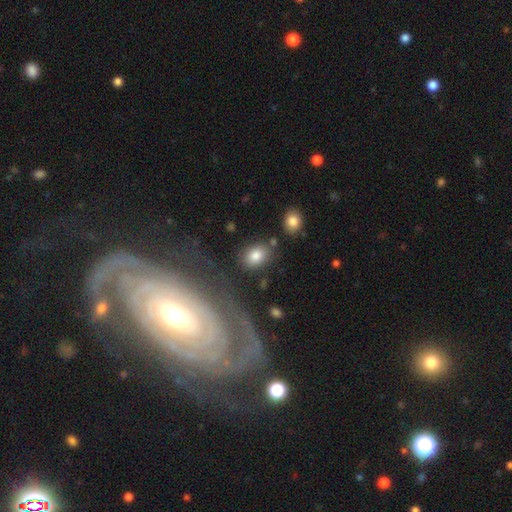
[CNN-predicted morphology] Smooth or featured? smooth (82%)
How rounded? in between (71%)
Merging? none (77%)